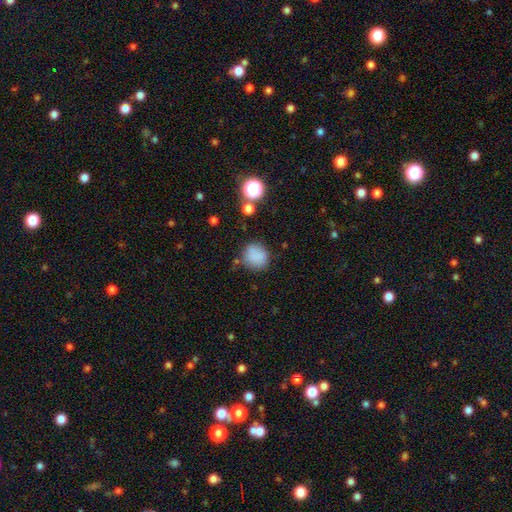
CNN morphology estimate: This appears to be a smooth galaxy with no disk features (81%) that is round (82%). Merging: none (70%).